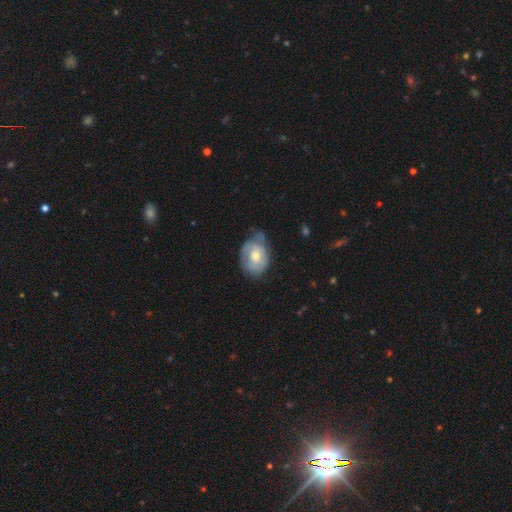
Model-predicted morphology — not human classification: A featured or disk galaxy (56%) with no bar (74%), spiral arms (65%) and a moderate central bulge (70%). Merging: none (49%).